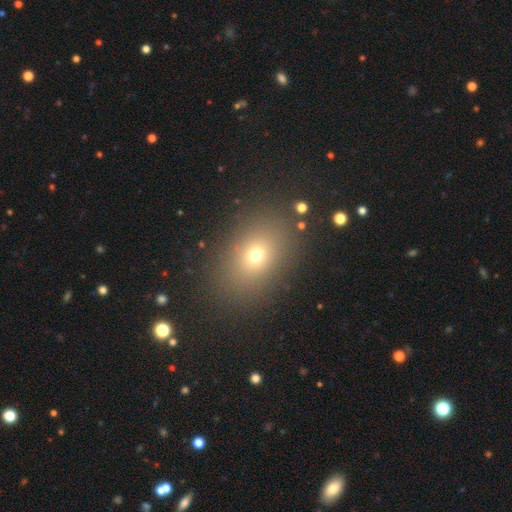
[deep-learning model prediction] This appears to be a smooth galaxy with no disk features (67%) that is in between round and cigar-shaped (65%). Merging: none (85%).